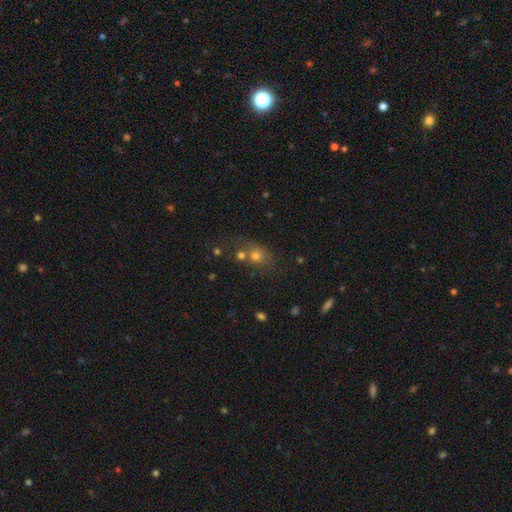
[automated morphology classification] This appears to be a smooth galaxy with no disk features (67%) that is round (64%). Merging: none (45%).